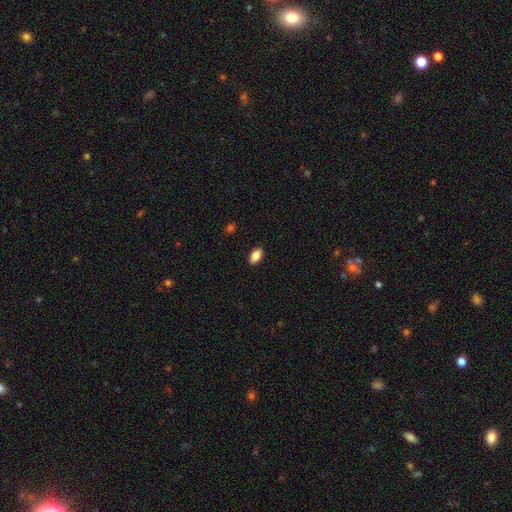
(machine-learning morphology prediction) smooth-or-featured: smooth: 86% | star or artifact: 8% | featured or disk: 6%
  how-rounded: in between: 92% | round: 5% | cigar-shaped: 3%
  merging: none: 89% | minor disturbance: 8% | major disturbance: 2% | merger: 1%